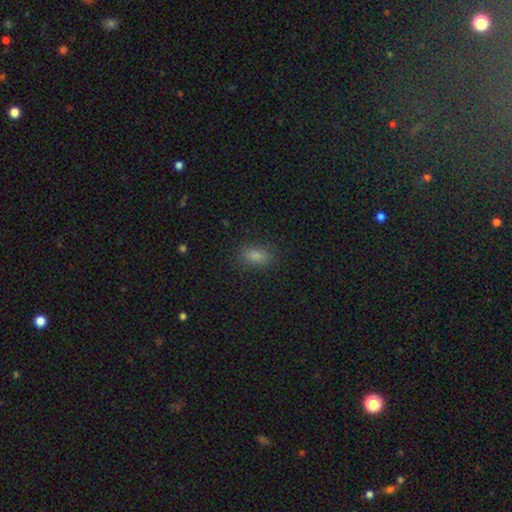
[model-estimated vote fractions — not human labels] Smooth or featured? smooth (78%)
How rounded? in between (82%)
Merging? none (86%)